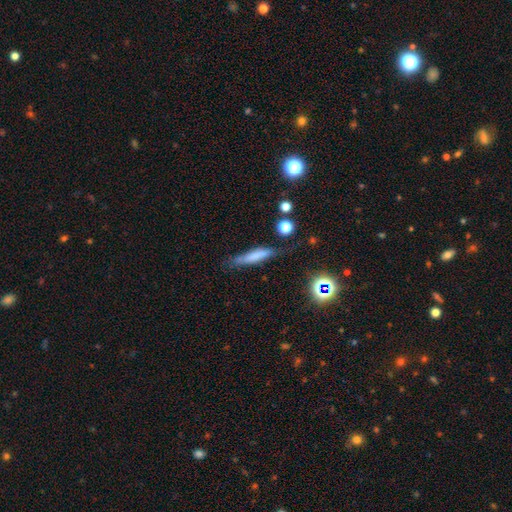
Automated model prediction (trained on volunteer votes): A smooth galaxy with no disk features (66%) that is cigar-shaped (82%).

Vote fractions:
- Smooth or featured? smooth: 66% / featured or disk: 24% / star or artifact: 9%
- How rounded? cigar-shaped: 82% / in between: 15% / round: 2%
- Merging? none: 66% / minor disturbance: 23% / major disturbance: 8% / merger: 3%